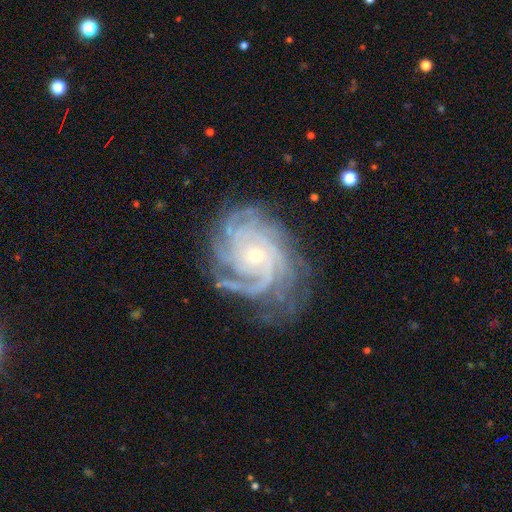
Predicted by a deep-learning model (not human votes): This appears to be a featured or disk galaxy (90%) with no bar (76%), 4 (29%) tight (73%) spiral arms (98%) and a small central bulge (74%). Merging: none (74%).